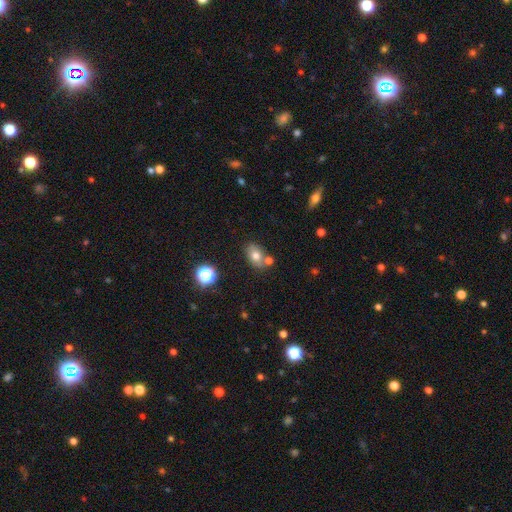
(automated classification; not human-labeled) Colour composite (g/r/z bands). It shows a smooth galaxy with no disk features (71%) that is in between round and cigar-shaped (79%). Merging: none (66%).